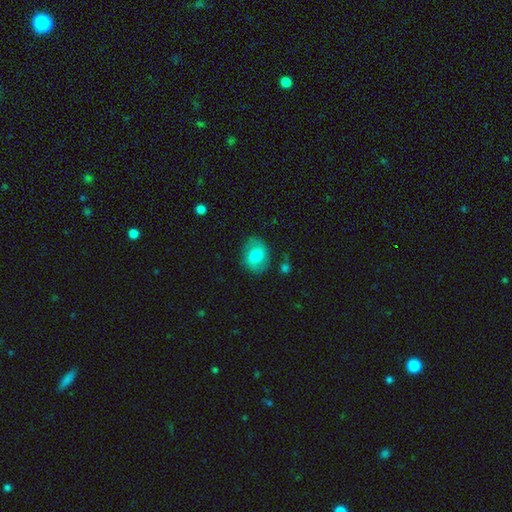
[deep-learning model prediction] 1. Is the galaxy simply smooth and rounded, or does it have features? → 68% smooth, 24% featured or disk, 7% star or artifact.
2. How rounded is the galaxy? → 54% in between, 45% round, 1% cigar-shaped.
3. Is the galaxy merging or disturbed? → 79% none, 15% minor disturbance, 4% major disturbance, 2% merger.